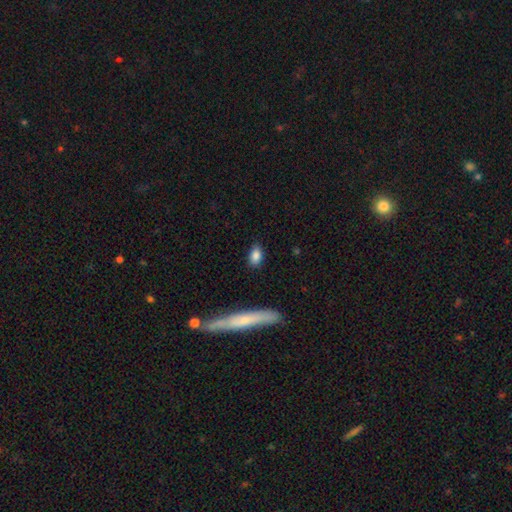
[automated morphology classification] Smooth or featured: smooth — 85% (star or artifact — 8%)
How rounded: in between — 85% (round — 10%)
Merging: none — 81% (minor disturbance — 14%)